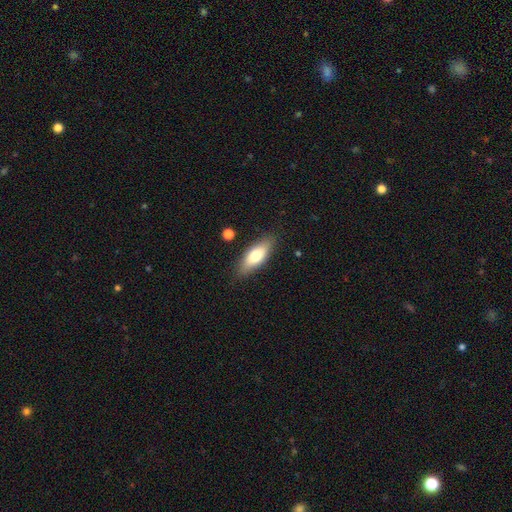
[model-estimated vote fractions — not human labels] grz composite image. It shows a smooth galaxy with no disk features (70%) that is in between round and cigar-shaped (71%). Merging: none (85%).